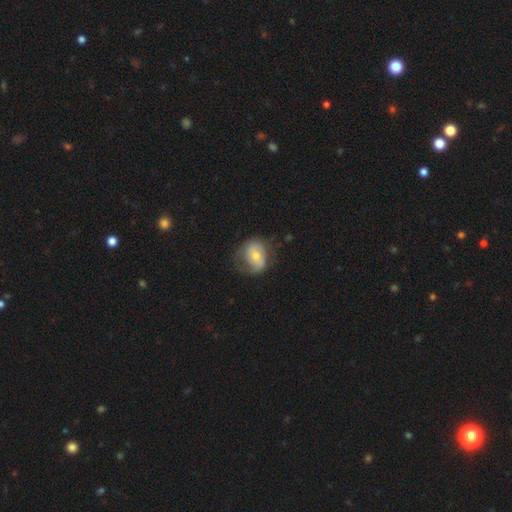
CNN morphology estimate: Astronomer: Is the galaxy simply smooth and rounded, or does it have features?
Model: featured or disk — 50% (runner-up: smooth, 42%).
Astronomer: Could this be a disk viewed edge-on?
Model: no — 95%.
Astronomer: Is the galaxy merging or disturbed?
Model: none — 57%.